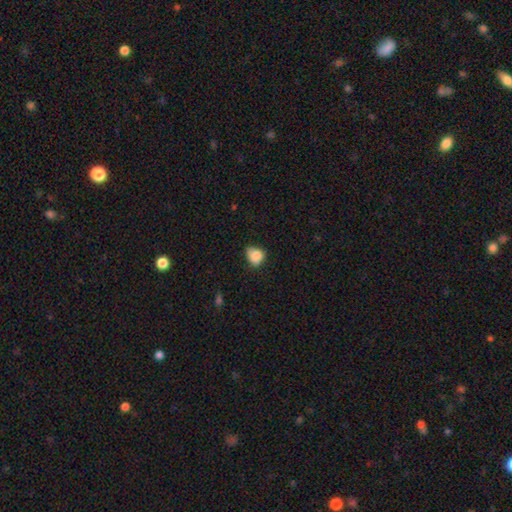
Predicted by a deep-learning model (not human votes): Smooth or featured: smooth — 83% (star or artifact — 9%)
How rounded: round — 53% (in between — 46%)
Merging: none — 48% (minor disturbance — 39%)